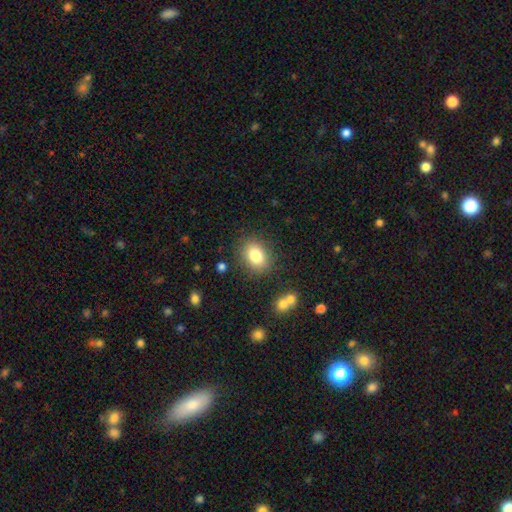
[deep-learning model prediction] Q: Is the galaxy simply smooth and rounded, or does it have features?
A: smooth — 81%.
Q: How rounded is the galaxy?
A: in between — 62%.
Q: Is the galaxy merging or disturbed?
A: none — 83%.